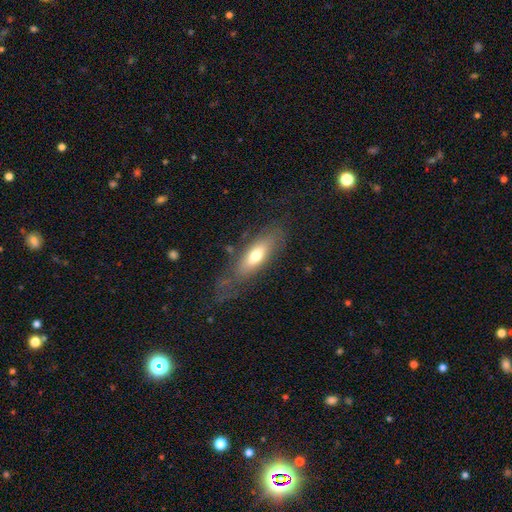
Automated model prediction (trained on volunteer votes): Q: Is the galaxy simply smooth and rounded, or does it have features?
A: smooth — 62%.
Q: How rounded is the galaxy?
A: in between — 65%.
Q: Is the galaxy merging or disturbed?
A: none — 64%.